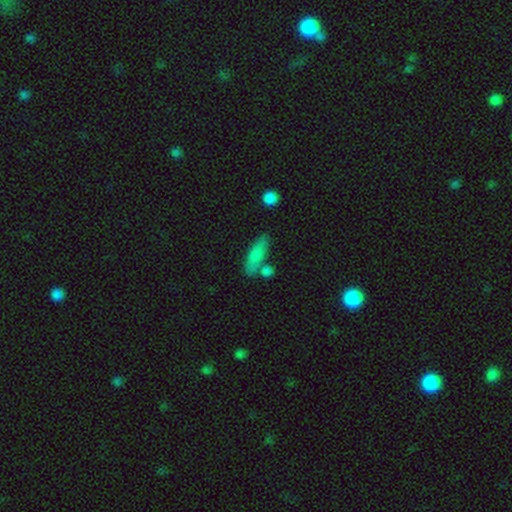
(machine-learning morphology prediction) smooth 79%, featured or disk 13%, star or artifact 8%. Down the decision tree: how rounded — in between (52%); merging — none (63%).